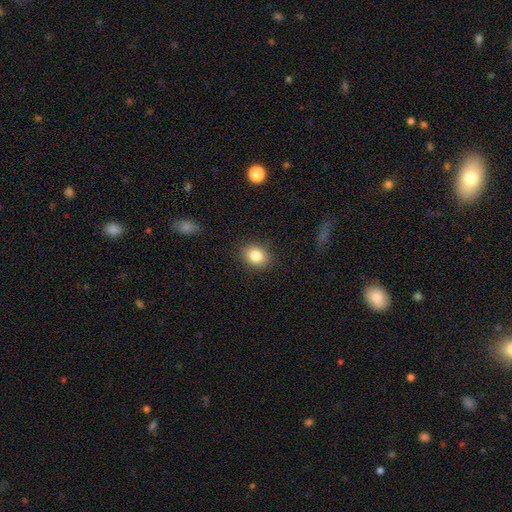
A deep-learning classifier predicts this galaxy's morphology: Smooth or featured? smooth (83%)
How rounded? round (50%)
Merging? none (88%)